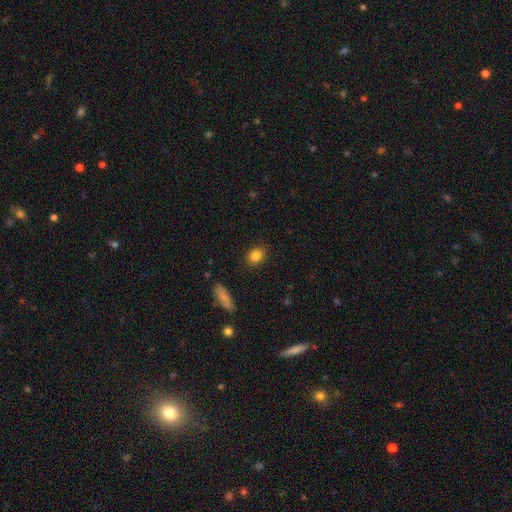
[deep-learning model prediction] This is clearly a smooth galaxy (84%). How rounded: possibly round (52%). Merging: clearly none (88%).